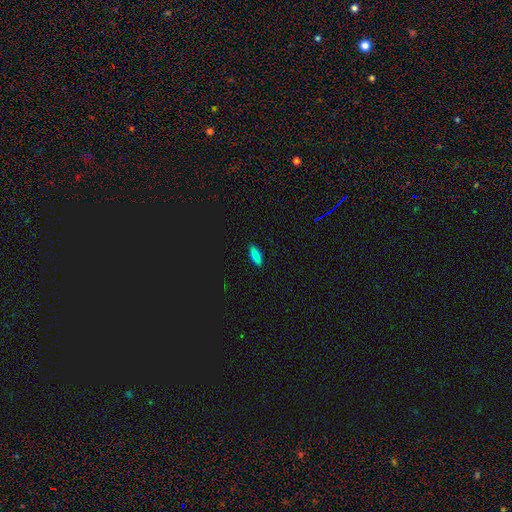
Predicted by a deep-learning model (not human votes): smooth 80%, star or artifact 12%, featured or disk 8%. Down the decision tree: how rounded — in between (64%); merging — none (89%).